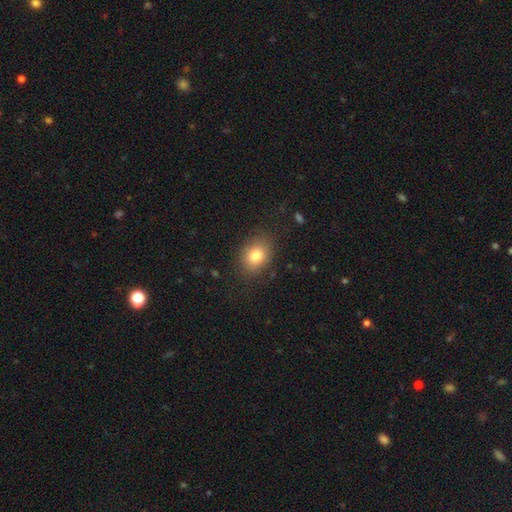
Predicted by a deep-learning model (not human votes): Smooth or featured? smooth (81%)
How rounded? in between (59%)
Merging? none (83%)